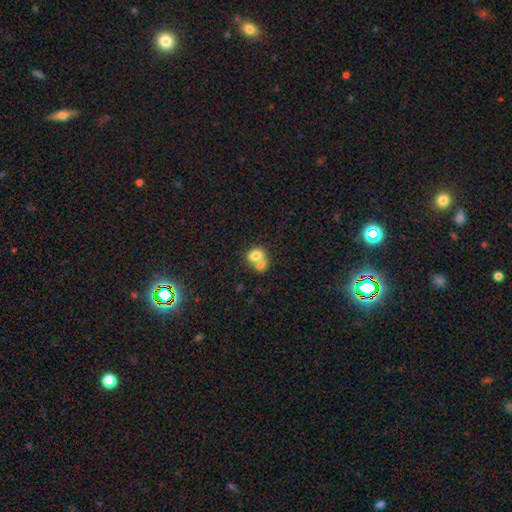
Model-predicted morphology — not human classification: This is likely a smooth galaxy (74%). How rounded: possibly round (53%). Merging: likely merger (65%).